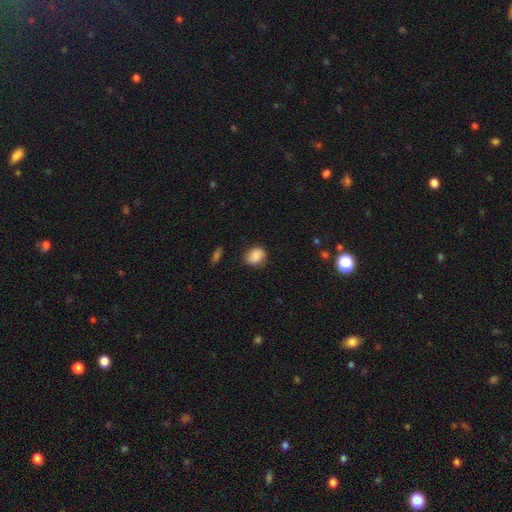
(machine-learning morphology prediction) Smooth or featured? smooth (86%)
How rounded? in between (55%)
Merging? none (73%)